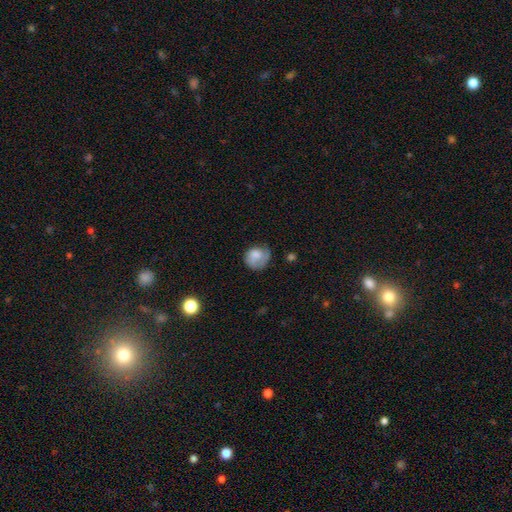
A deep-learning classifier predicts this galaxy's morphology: This is likely a smooth galaxy (66%). How rounded: likely round (70%). Merging: possibly none (49%).